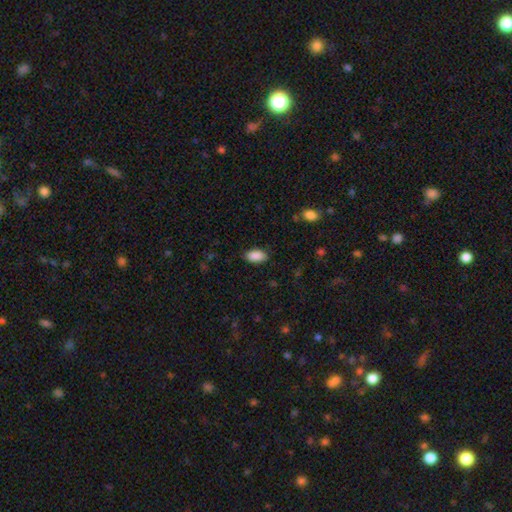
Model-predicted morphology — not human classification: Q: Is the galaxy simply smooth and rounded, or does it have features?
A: smooth — 90%.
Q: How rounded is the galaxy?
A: in between — 94%.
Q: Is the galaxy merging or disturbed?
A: none — 86%.